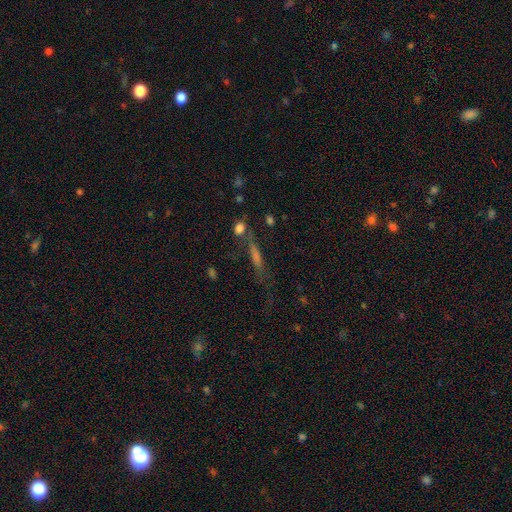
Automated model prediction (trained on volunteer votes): smooth 38%, featured or disk 36%, star or artifact 25%. Down the decision tree: merging — none (62%).